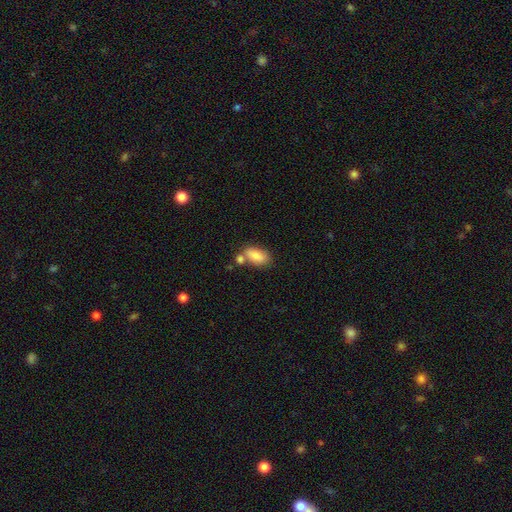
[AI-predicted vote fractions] smooth_or_featured: smooth (p=0.81) [alt: featured or disk p=0.12]
how_rounded: in between (p=0.90) [alt: round p=0.05]
merging: none (p=0.56) [alt: merger p=0.25]